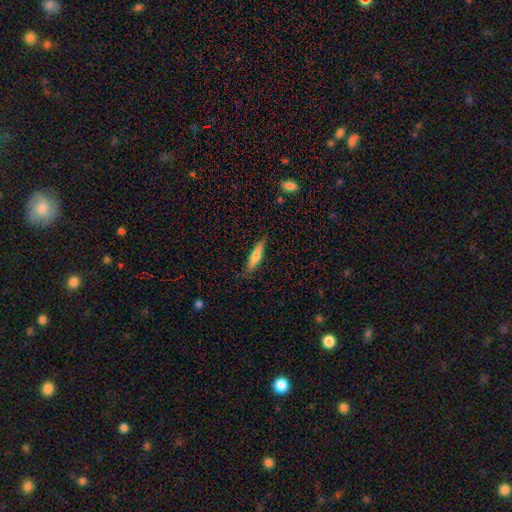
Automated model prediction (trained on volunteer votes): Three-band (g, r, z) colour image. It shows a smooth galaxy with no disk features (70%) that is cigar-shaped (81%). Merging: none (85%).